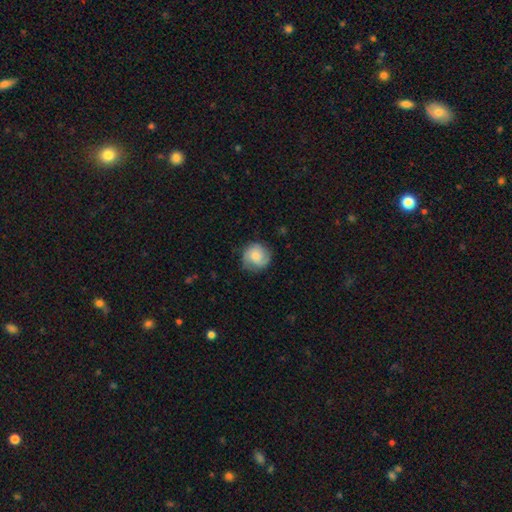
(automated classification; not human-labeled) This is likely a smooth galaxy (66%). How rounded: clearly round (90%). Merging: likely none (74%).